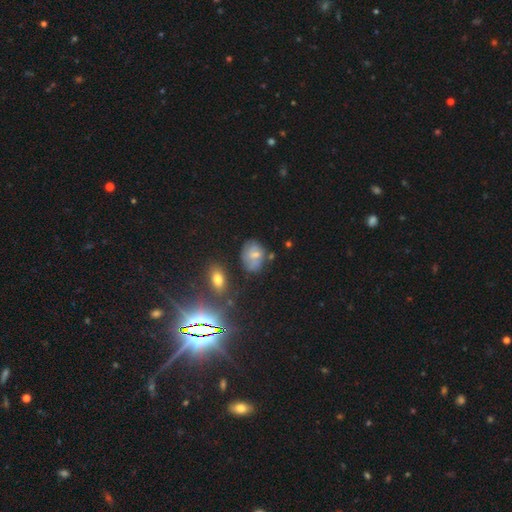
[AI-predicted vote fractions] smooth-or-featured: smooth: 52% | featured or disk: 35% | star or artifact: 13%
  how-rounded: in between: 69% | round: 30% | cigar-shaped: 1%
  merging: none: 55% | minor disturbance: 27% | major disturbance: 10% | merger: 8%